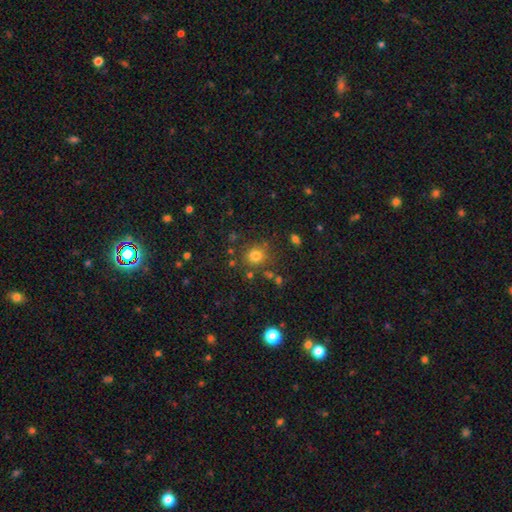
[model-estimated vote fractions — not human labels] Smooth or featured: smooth — 78% (star or artifact — 15%)
How rounded: round — 87% (in between — 12%)
Merging: none — 78% (minor disturbance — 11%)